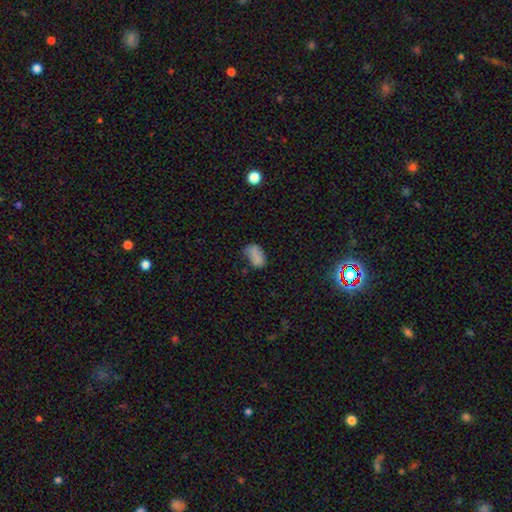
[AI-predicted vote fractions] Q: Smooth or featured?
A: smooth (79%); runner-up: star or artifact (12%)
Q: How rounded?
A: in between (90%); runner-up: round (8%)
Q: Merging?
A: none (49%); runner-up: minor disturbance (32%)